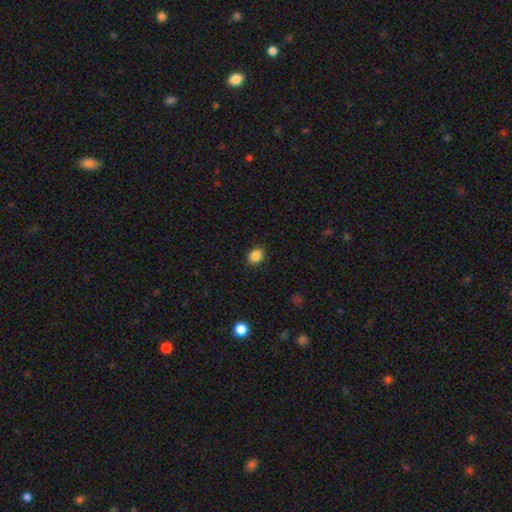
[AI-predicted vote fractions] Smooth or featured? Predicted: smooth (p=0.86). How rounded? Predicted: round (p=0.58). Merging? Predicted: none (p=0.89).